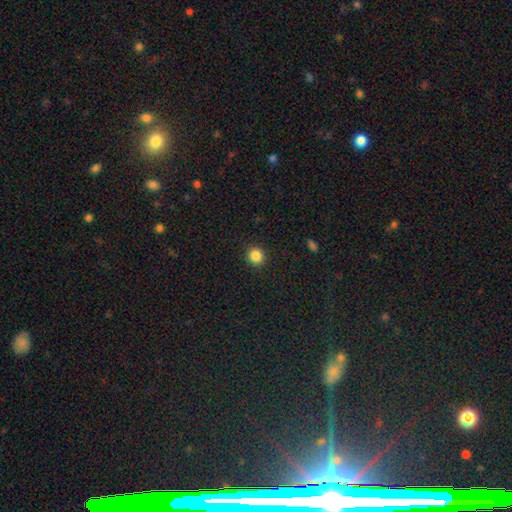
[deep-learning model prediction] Smooth or featured?
  - smooth: 85% *
  - star or artifact: 11%
  - featured or disk: 4%
How rounded?
  - round: 89% *
  - in between: 10%
  - cigar-shaped: 1%
Merging?
  - none: 92% *
  - minor disturbance: 6%
  - major disturbance: 2%
  - merger: 1%